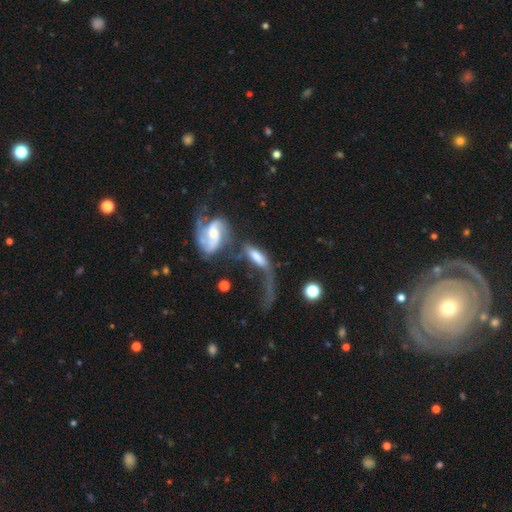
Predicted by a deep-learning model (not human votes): Q: Smooth or featured?
A: smooth (47%); runner-up: featured or disk (45%)
Q: Merging?
A: merger (44%); runner-up: major disturbance (29%)